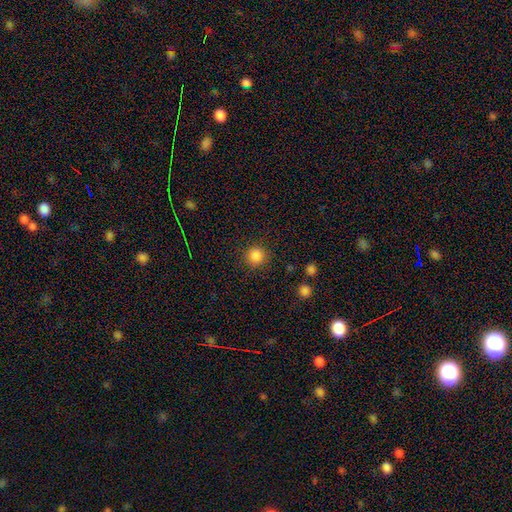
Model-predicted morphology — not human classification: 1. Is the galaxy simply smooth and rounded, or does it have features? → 86% smooth, 11% star or artifact, 3% featured or disk.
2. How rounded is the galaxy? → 94% round, 5% in between, 1% cigar-shaped.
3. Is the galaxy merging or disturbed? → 89% none, 7% minor disturbance, 3% major disturbance, 1% merger.